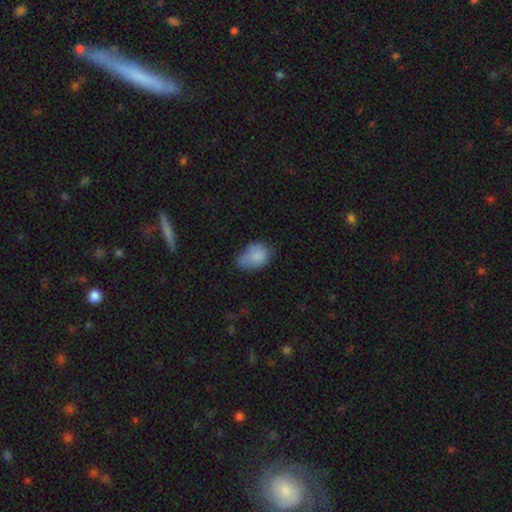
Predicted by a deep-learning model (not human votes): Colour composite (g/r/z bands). It shows a smooth galaxy with no disk features (83%) that is in between round and cigar-shaped (79%). Merging: none (45%).